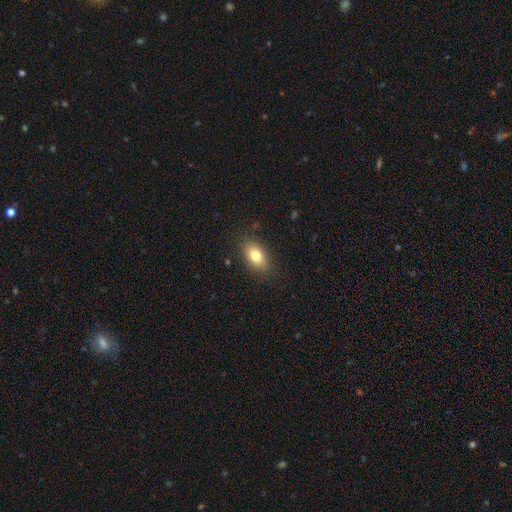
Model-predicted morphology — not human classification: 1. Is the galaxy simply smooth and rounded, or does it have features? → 79% smooth, 12% featured or disk, 9% star or artifact.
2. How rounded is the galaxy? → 86% in between, 11% round, 3% cigar-shaped.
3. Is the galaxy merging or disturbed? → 86% none, 11% minor disturbance, 3% major disturbance, 1% merger.